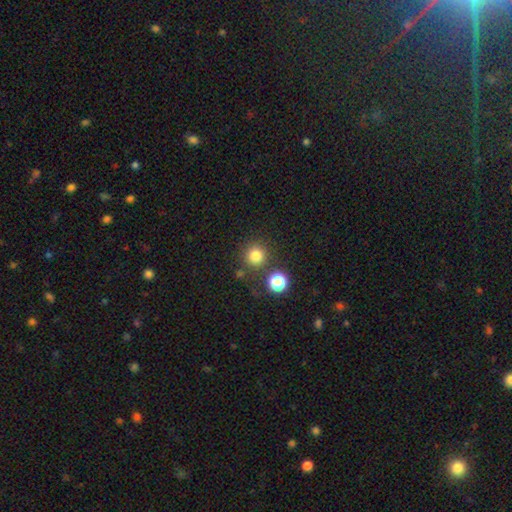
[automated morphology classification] Overall: smooth (79%). How rounded: round (94%). Merging: none (80%).